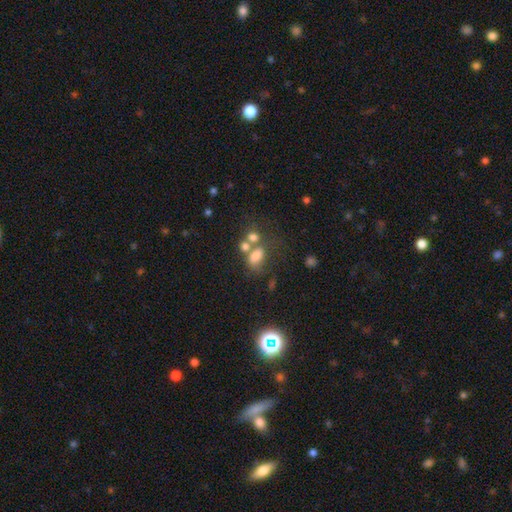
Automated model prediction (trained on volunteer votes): Overall: smooth (70%). How rounded: in between (77%). Merging: merger (44%; none 31%).